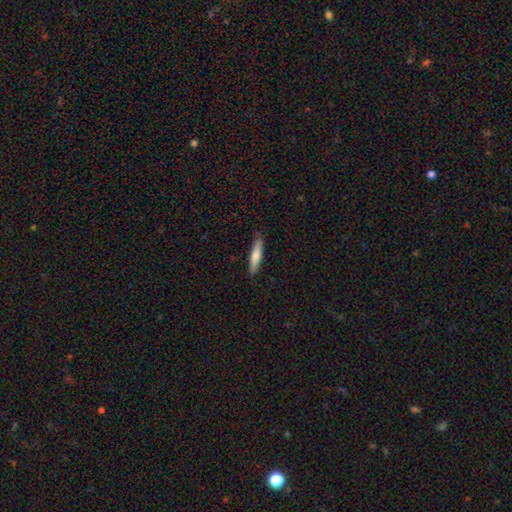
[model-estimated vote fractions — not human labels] A smooth galaxy with no disk features (69%) that is cigar-shaped (89%). Merging: none (85%).